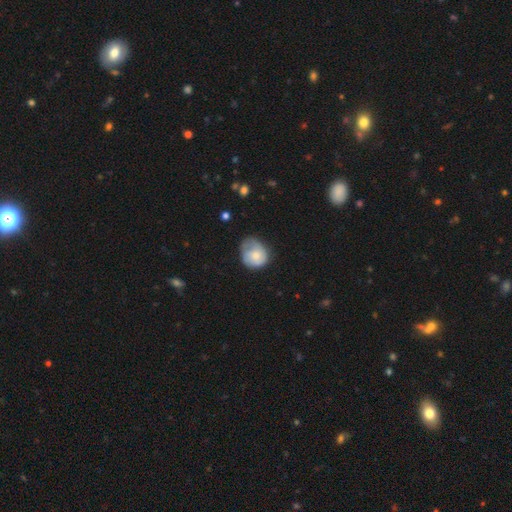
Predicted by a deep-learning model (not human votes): A smooth galaxy with no disk features (64%) that is round (65%). Merging: minor disturbance (40%).